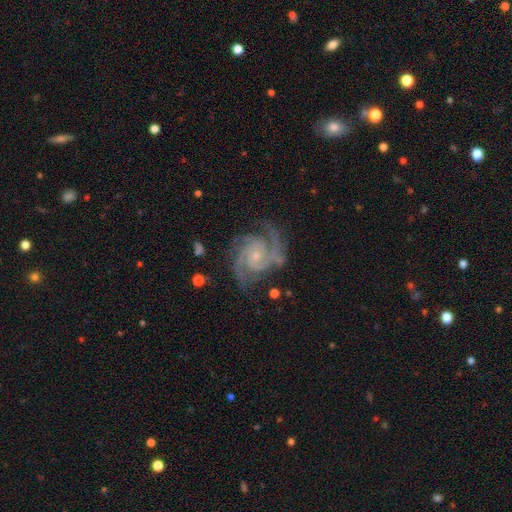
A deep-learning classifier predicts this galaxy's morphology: Overall: featured or disk (93%). Edge-on disk: no (98%). Bar: no (69%). Spiral arms: yes (99%). Spiral arm count: 3 (42%; 2 31%). Spiral winding: tight (51%; medium 44%). Bulge size: small (77%). Merging: none (73%).